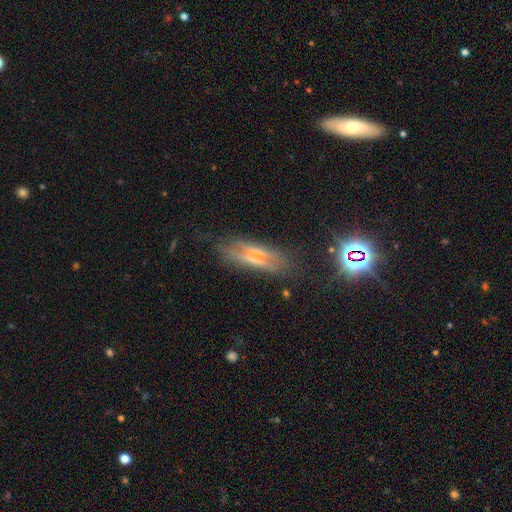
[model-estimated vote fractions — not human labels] Morphology: type=featured or disk (48%); merging=none (61%).